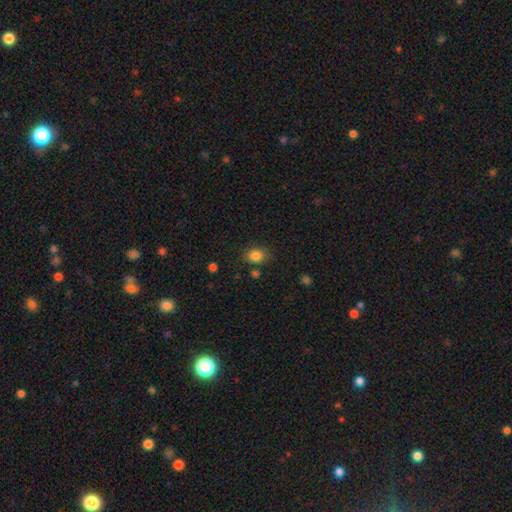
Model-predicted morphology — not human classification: A smooth galaxy with no disk features (84%) that is round (50%). Merging: none (80%).